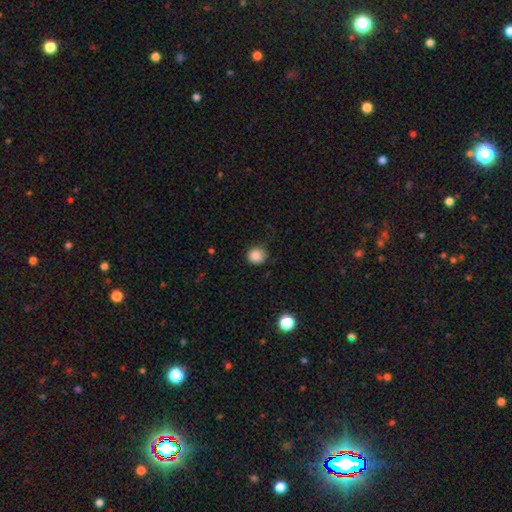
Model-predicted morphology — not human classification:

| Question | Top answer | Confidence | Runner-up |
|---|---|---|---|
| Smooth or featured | smooth | 87% | star or artifact (10%) |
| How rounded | round | 85% | in between (14%) |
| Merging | none | 77% | minor disturbance (18%) |